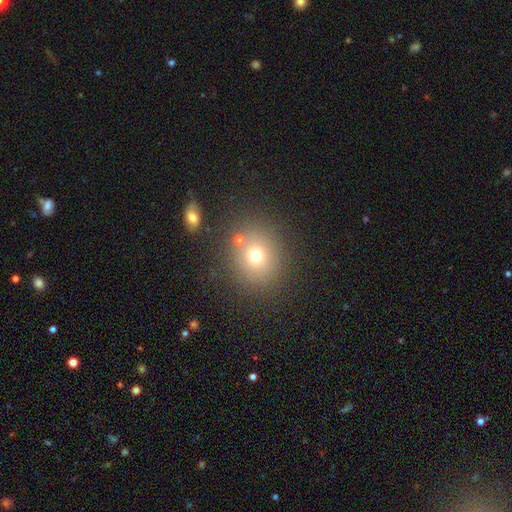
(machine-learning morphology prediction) Q: Smooth or featured?
A: smooth (70%); runner-up: star or artifact (18%)
Q: How rounded?
A: round (77%); runner-up: in between (22%)
Q: Merging?
A: none (78%); runner-up: minor disturbance (10%)